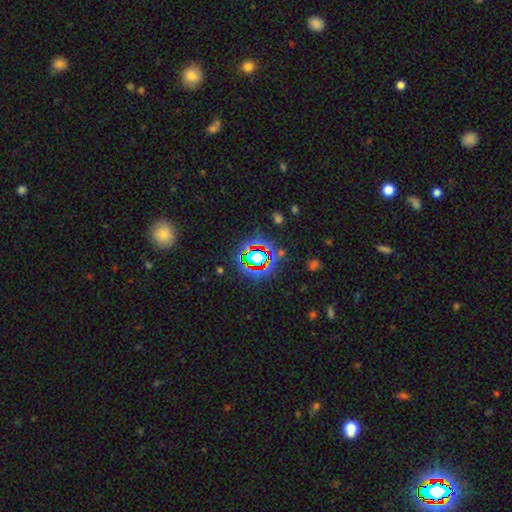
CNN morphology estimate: This is likely a star or artifact rather than a galaxy (72%).